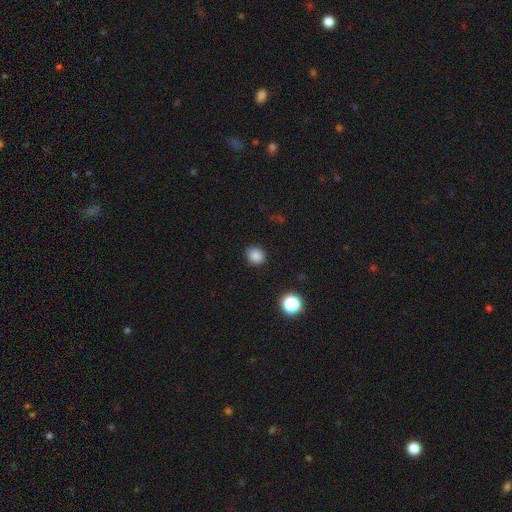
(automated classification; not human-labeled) A smooth galaxy with no disk features (84%) that is round (69%). Merging: none (86%).